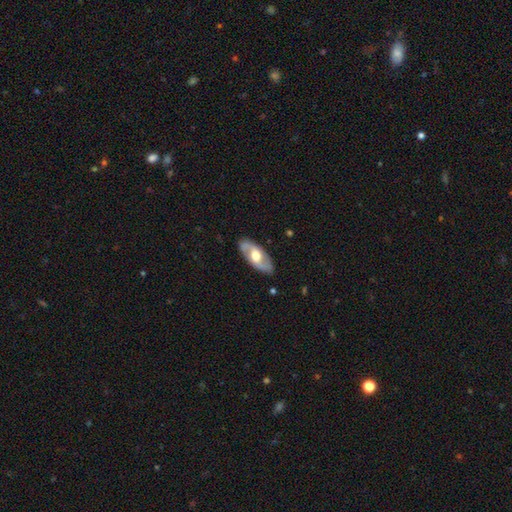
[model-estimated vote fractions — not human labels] smooth-or-featured: featured or disk: 69% | smooth: 27% | star or artifact: 4%
  disk-edge-on: no: 88% | yes: 12%
    bar: no: 55% | weak: 34% | strong: 11%
    has-spiral-arms: yes: 73% | no: 27%
    bulge-size: moderate: 67% | large: 24% | small: 7% | dominant: 1% | none: 1%
  merging: none: 85% | minor disturbance: 11% | major disturbance: 3% | merger: 1%